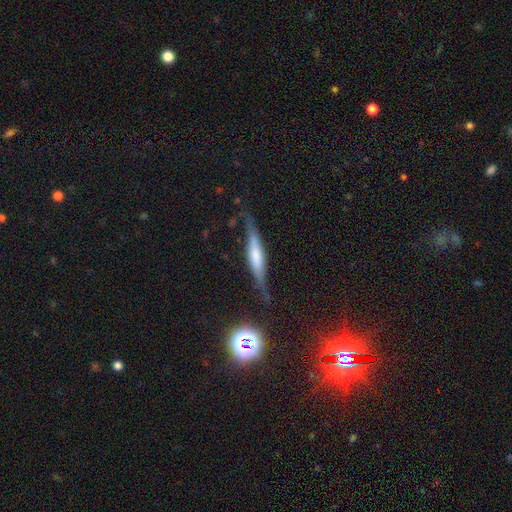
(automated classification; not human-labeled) smooth-or-featured: featured or disk: 55% | smooth: 37% | star or artifact: 8%
  disk-edge-on: yes: 90% | no: 10%
  merging: none: 69% | minor disturbance: 21% | major disturbance: 7% | merger: 3%